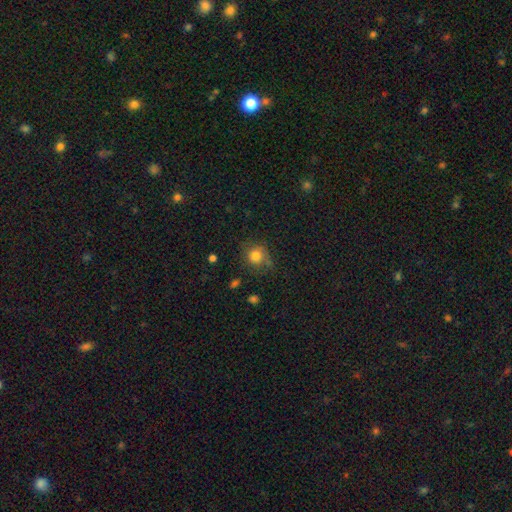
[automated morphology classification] smooth-or-featured: smooth: 79% | star or artifact: 11% | featured or disk: 10%
  how-rounded: round: 83% | in between: 16% | cigar-shaped: 1%
  merging: none: 63% | minor disturbance: 24% | major disturbance: 10% | merger: 3%